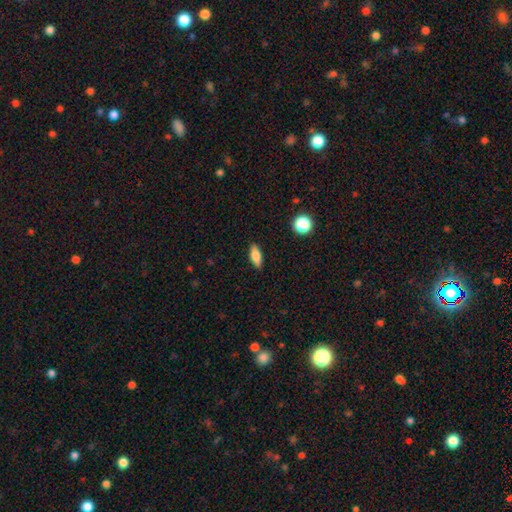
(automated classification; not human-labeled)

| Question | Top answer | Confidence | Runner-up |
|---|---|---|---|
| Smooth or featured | smooth | 77% | featured or disk (16%) |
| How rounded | in between | 67% | cigar-shaped (30%) |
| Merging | none | 89% | minor disturbance (8%) |